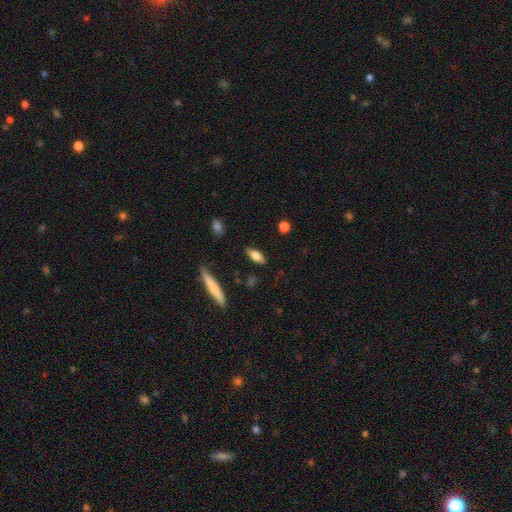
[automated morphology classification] smooth 66%, featured or disk 27%, star or artifact 7%. Down the decision tree: how rounded — in between (58%); merging — none (85%).